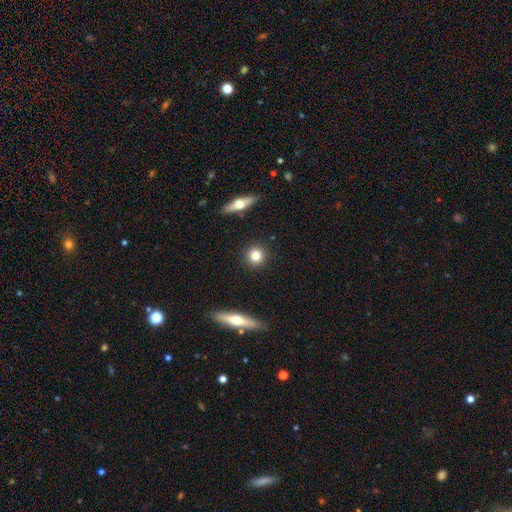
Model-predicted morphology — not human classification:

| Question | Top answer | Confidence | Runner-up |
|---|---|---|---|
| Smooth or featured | smooth | 80% | featured or disk (11%) |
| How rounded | round | 91% | in between (7%) |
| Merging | none | 91% | minor disturbance (5%) |